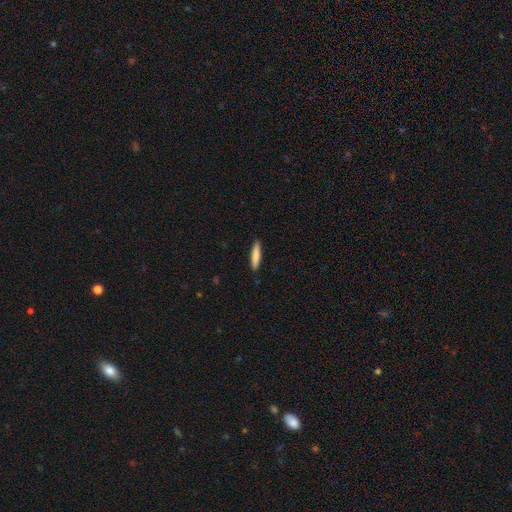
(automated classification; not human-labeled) Morphology: type=smooth (82%); roundness=cigar-shaped (89%); merging=none (90%).